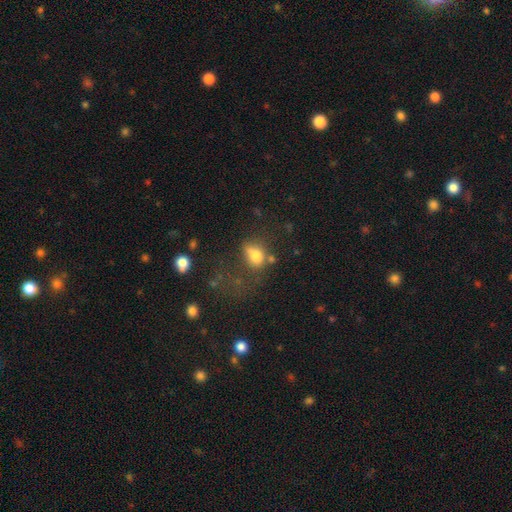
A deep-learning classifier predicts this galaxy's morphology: type=smooth (73%); roundness=in between (59%); merging=none (36%).